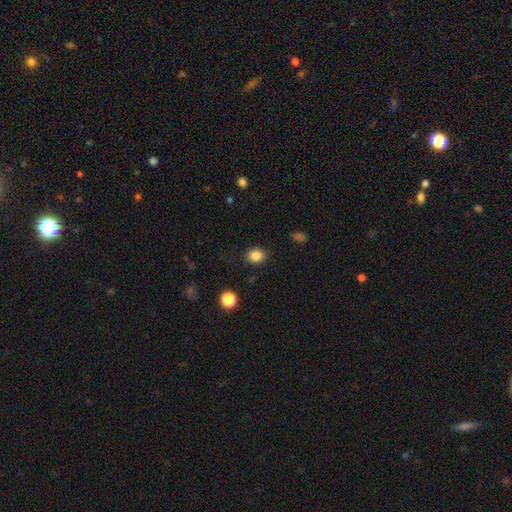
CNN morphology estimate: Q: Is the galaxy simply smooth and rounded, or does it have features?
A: smooth — 85%.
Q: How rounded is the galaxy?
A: round — 50%.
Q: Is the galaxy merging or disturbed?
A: none — 87%.